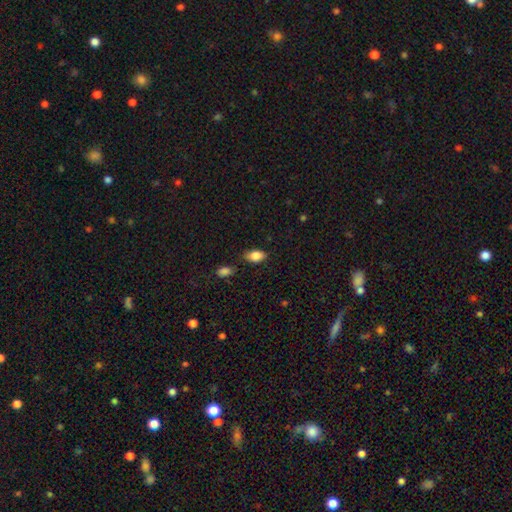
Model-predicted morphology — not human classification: Smooth or featured? Predicted: smooth (p=0.85). How rounded? Predicted: in between (p=0.90). Merging? Predicted: none (p=0.71).